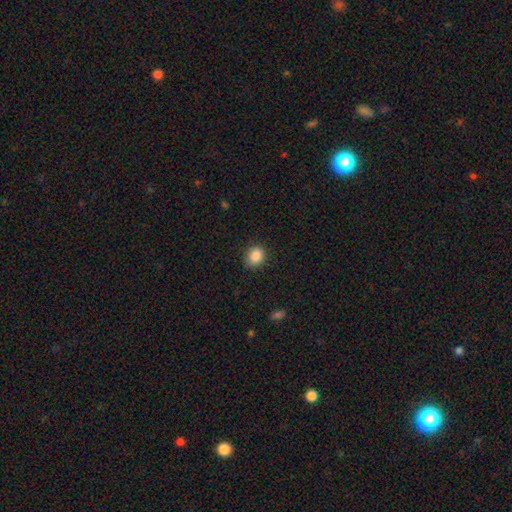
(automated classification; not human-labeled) Smooth or featured: smooth — 88% (star or artifact — 9%)
How rounded: round — 57% (in between — 42%)
Merging: none — 84% (minor disturbance — 12%)